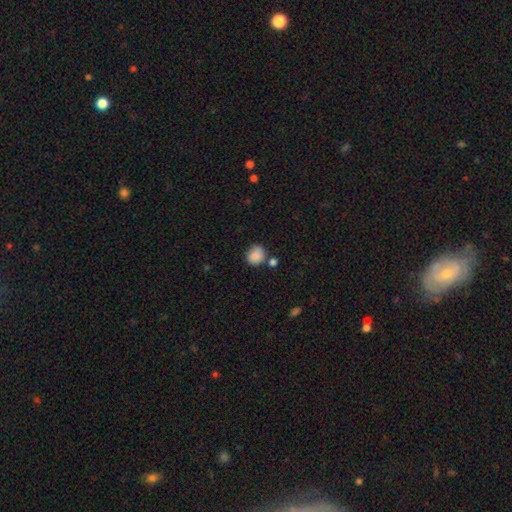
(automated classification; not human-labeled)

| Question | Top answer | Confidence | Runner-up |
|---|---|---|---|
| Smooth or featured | smooth | 84% | star or artifact (9%) |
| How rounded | round | 78% | in between (21%) |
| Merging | none | 65% | minor disturbance (18%) |